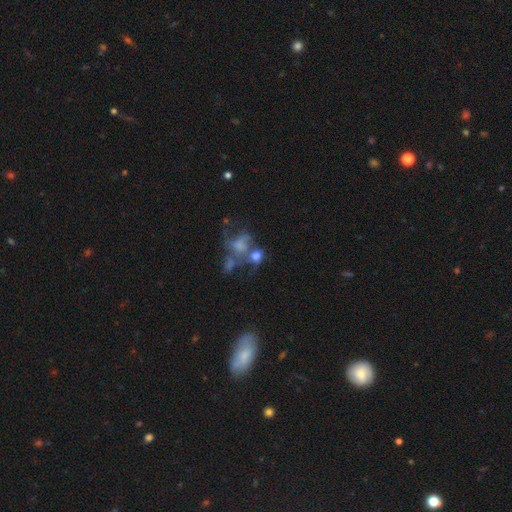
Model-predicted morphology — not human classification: This is marginally a smooth galaxy (43%). Merging: possibly merger (46%).